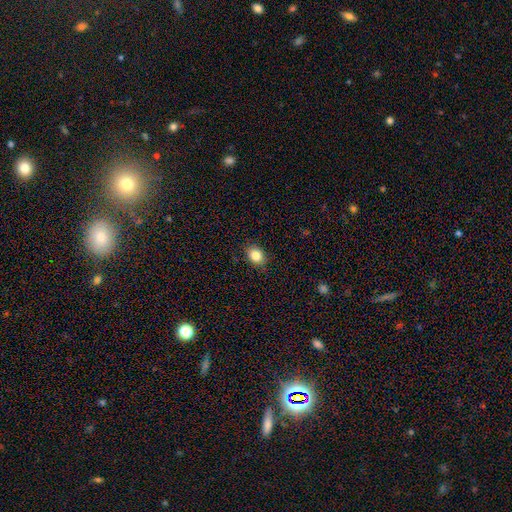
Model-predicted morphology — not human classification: Smooth or featured: smooth — 84% (star or artifact — 9%)
How rounded: in between — 57% (round — 42%)
Merging: none — 86% (minor disturbance — 10%)